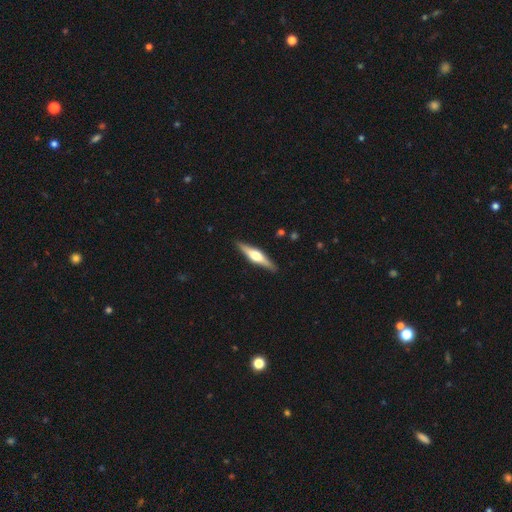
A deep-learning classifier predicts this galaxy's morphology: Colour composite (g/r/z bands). It shows a featured or disk galaxy (68%) viewed edge-on (97%) with a rounded central bulge (93%). Merging: none (90%).